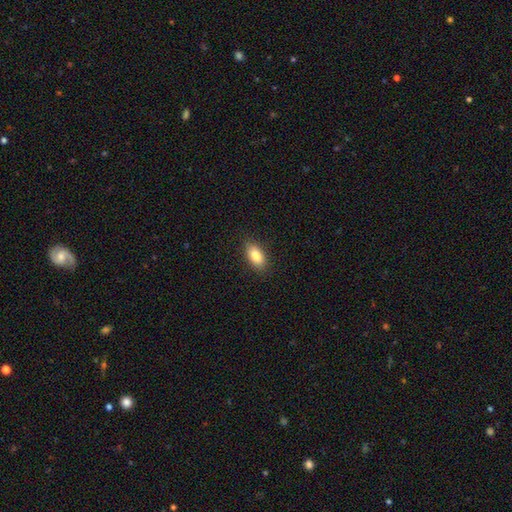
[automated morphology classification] Smooth or featured?
  - smooth: 83% *
  - featured or disk: 10%
  - star or artifact: 8%
How rounded?
  - in between: 89% *
  - round: 6%
  - cigar-shaped: 5%
Merging?
  - none: 88% *
  - minor disturbance: 9%
  - major disturbance: 2%
  - merger: 1%